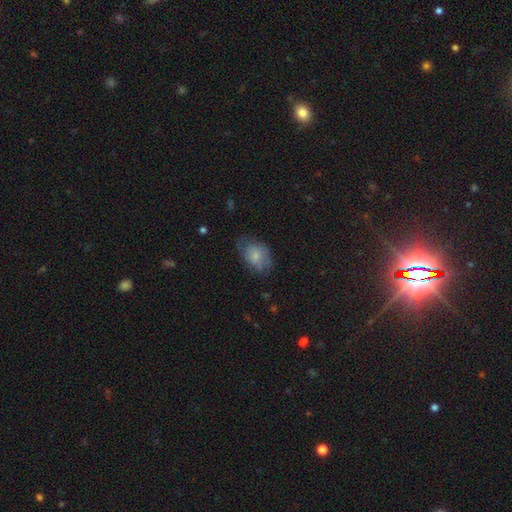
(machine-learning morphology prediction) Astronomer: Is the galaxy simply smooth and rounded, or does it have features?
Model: smooth — 74%.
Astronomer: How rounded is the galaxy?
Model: in between — 78%.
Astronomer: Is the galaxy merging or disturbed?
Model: none — 57%.